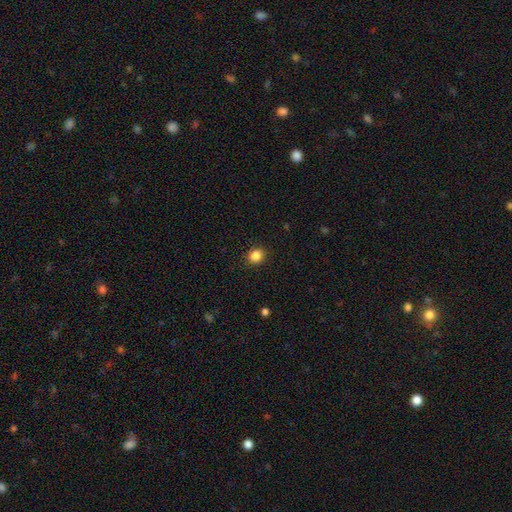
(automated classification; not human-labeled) Overall: smooth (85%). How rounded: round (78%). Merging: none (91%).